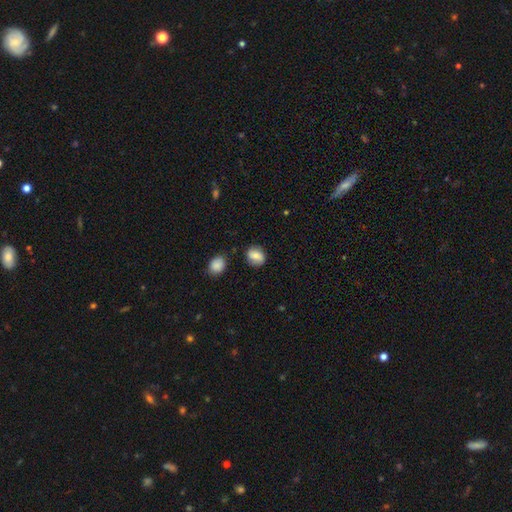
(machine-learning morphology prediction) Smooth or featured?
  - smooth: 70% *
  - featured or disk: 21%
  - star or artifact: 9%
How rounded?
  - round: 60% *
  - in between: 39%
  - cigar-shaped: 1%
Merging?
  - none: 76% *
  - minor disturbance: 17%
  - major disturbance: 4%
  - merger: 4%